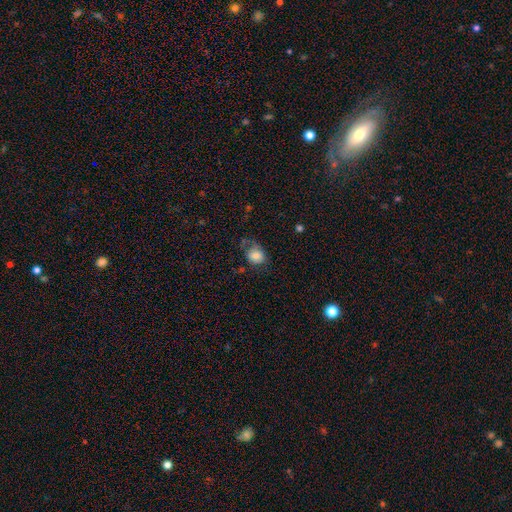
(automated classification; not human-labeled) Smooth or featured? smooth (73%)
How rounded? round (52%)
Merging? none (50%)